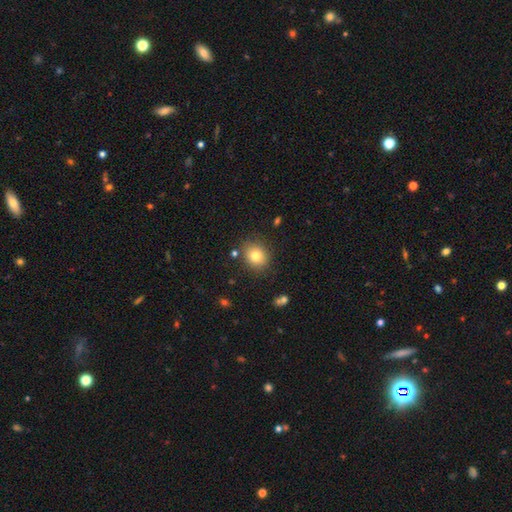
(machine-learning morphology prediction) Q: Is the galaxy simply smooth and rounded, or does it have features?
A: smooth — 79%.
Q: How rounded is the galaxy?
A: round — 68%.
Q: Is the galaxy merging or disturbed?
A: none — 84%.